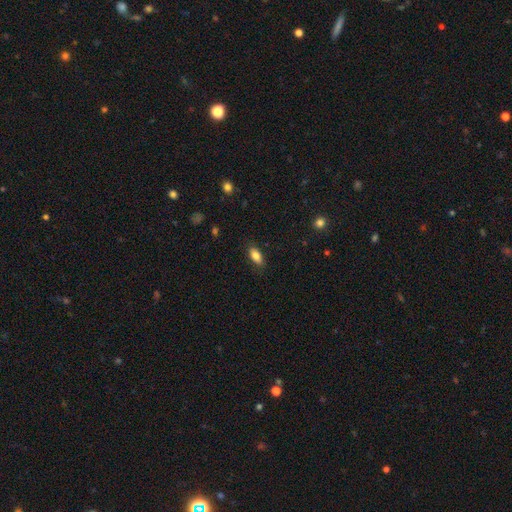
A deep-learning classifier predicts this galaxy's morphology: This is clearly a smooth galaxy (82%). How rounded: clearly in between (87%). Merging: clearly none (86%).